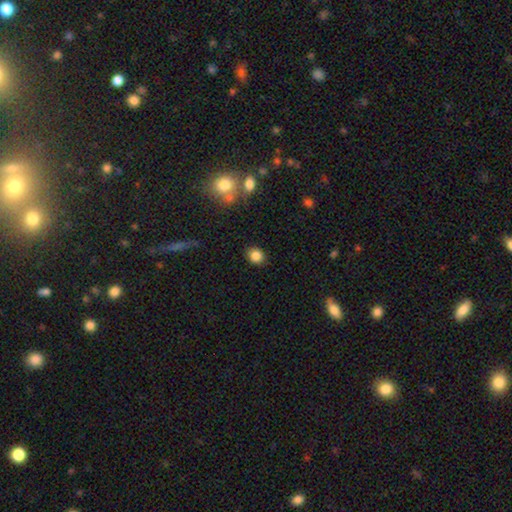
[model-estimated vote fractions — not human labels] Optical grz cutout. It shows a smooth galaxy with no disk features (84%) that is round (66%). Merging: none (87%).